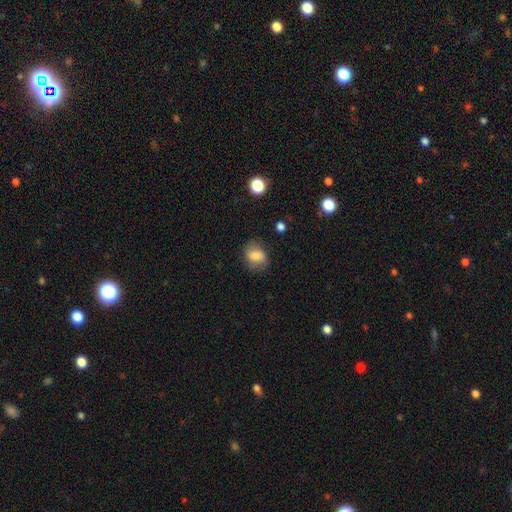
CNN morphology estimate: The model was most divided on "how rounded": in between: 54%, round: 45%, cigar-shaped: 1%. More confident: smooth or featured — smooth (80%); merging — none (72%).